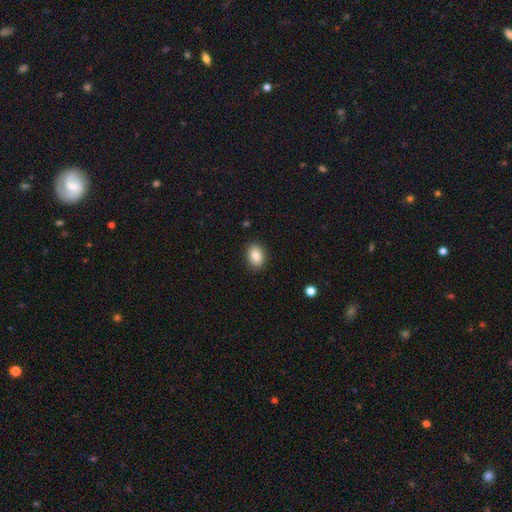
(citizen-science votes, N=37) Morphology: type=smooth (95%); roundness=in between (80%); merging=none (94%).